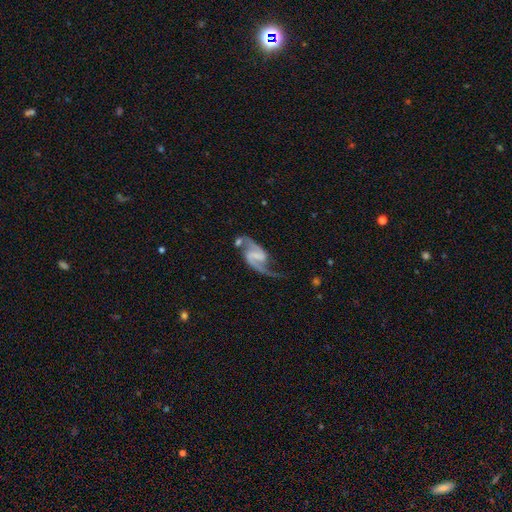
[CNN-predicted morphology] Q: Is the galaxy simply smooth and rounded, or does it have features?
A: featured or disk — 90%.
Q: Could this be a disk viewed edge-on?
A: no — 98%.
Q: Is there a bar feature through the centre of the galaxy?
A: weak — 44%.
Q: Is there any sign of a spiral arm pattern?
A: yes — 97%.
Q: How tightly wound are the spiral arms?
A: loose — 54%.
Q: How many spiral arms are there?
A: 2 — 93%.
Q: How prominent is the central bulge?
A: none — 59%.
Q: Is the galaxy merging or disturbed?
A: none — 61%.